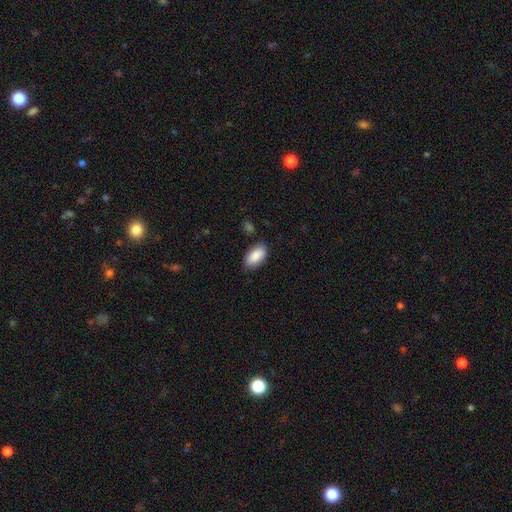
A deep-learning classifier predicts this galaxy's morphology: A smooth galaxy with no disk features (88%) that is in between round and cigar-shaped (93%). Merging: none (80%).